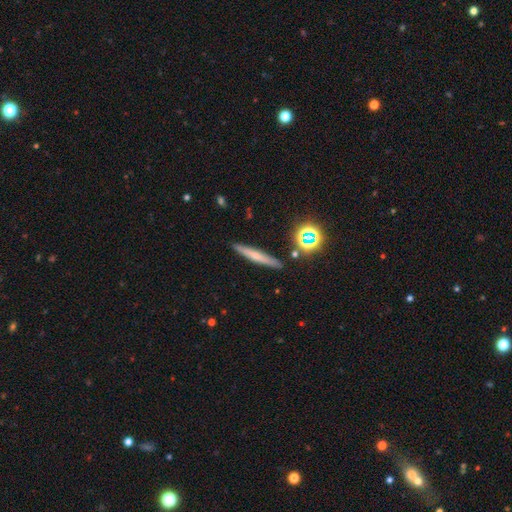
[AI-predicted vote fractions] This appears to be a smooth galaxy with no disk features (50%). Merging: none (90%).